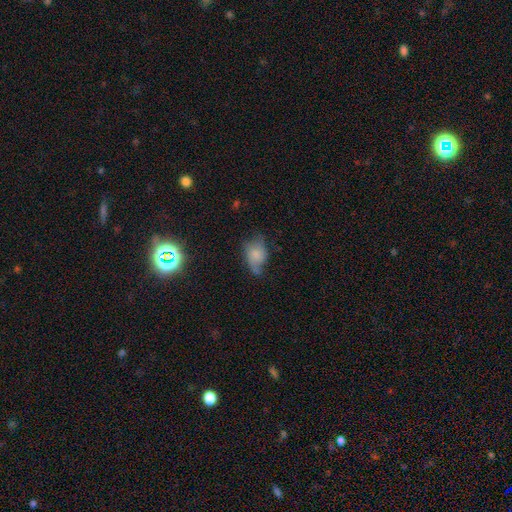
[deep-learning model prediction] smooth_or_featured: smooth (p=0.58) [alt: featured or disk p=0.32]
how_rounded: in between (p=0.79) [alt: round p=0.19]
merging: none (p=0.38) [alt: minor disturbance p=0.35]